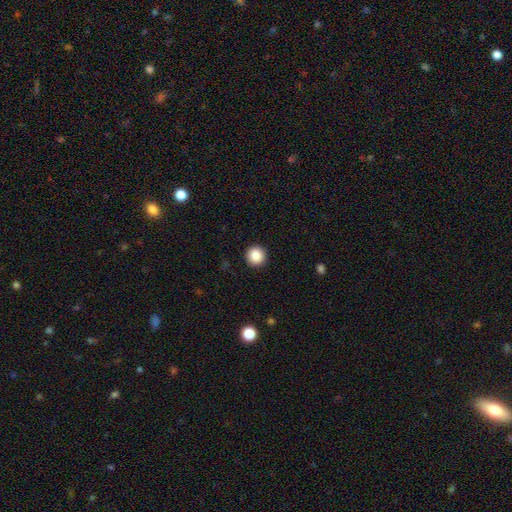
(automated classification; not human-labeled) smooth 87%, star or artifact 9%, featured or disk 4%. Down the decision tree: how rounded — round (95%); merging — none (93%).